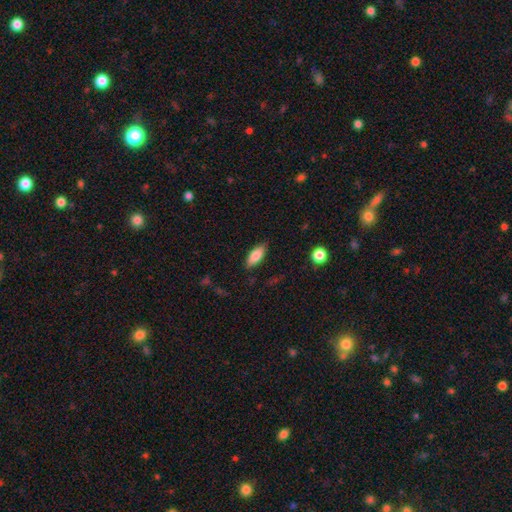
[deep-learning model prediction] smooth_or_featured: smooth (p=0.84) [alt: featured or disk p=0.09]
how_rounded: in between (p=0.82) [alt: cigar-shaped p=0.16]
merging: none (p=0.82) [alt: minor disturbance p=0.14]